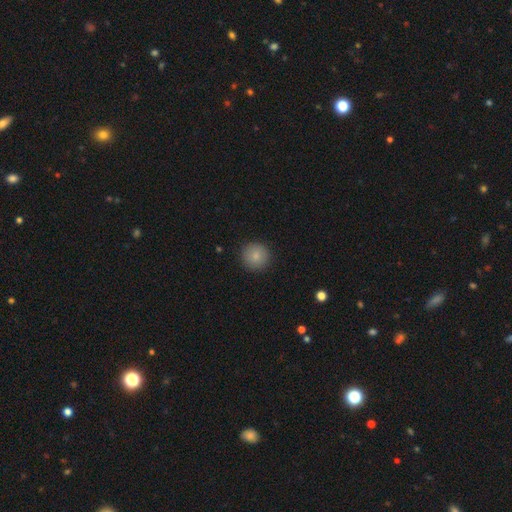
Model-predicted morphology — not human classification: A smooth galaxy with no disk features (85%) that is round (95%). Merging: none (91%).